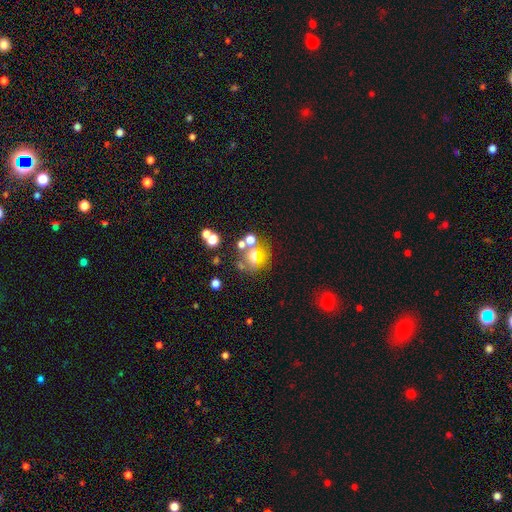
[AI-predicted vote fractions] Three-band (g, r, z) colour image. It shows a smooth galaxy with no disk features (49%). Merging: none (56%).